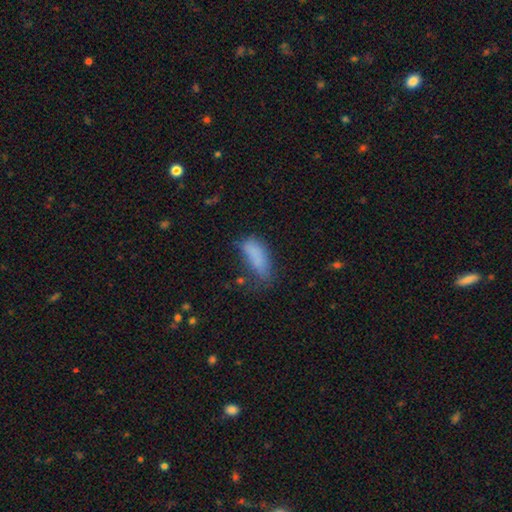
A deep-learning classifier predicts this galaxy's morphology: Smooth or featured? Predicted: smooth (p=0.78). How rounded? Predicted: in between (p=0.74). Merging? Predicted: none (p=0.38).